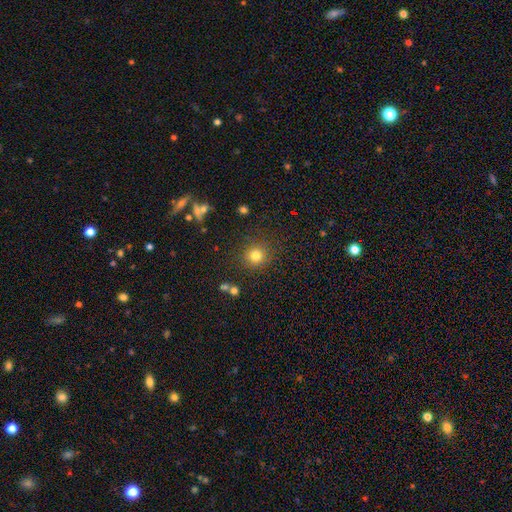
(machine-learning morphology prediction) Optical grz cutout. It shows a smooth galaxy with no disk features (79%) that is round (92%). Merging: none (86%).